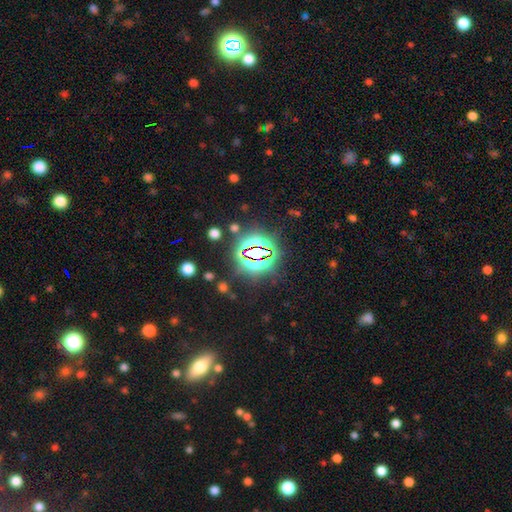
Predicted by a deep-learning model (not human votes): The model was most divided on "smooth or featured": star or artifact: 75%, smooth: 15%, featured or disk: 10%.